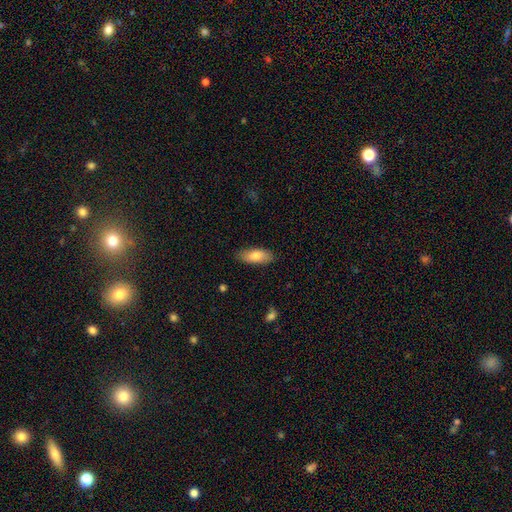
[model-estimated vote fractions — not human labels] Overall: smooth (79%). How rounded: in between (78%). Merging: none (87%).